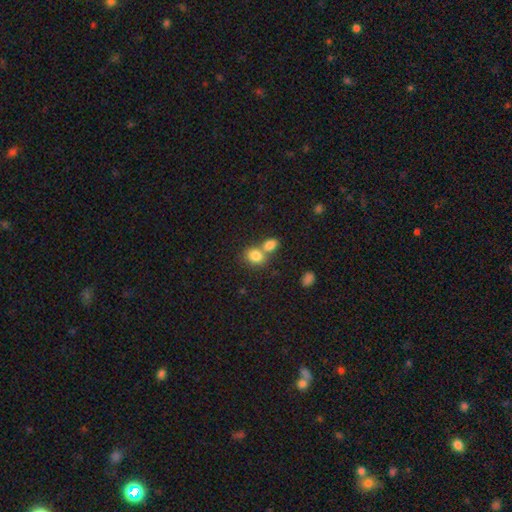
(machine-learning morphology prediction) Smooth or featured? smooth (82%)
How rounded? round (52%)
Merging? merger (51%)